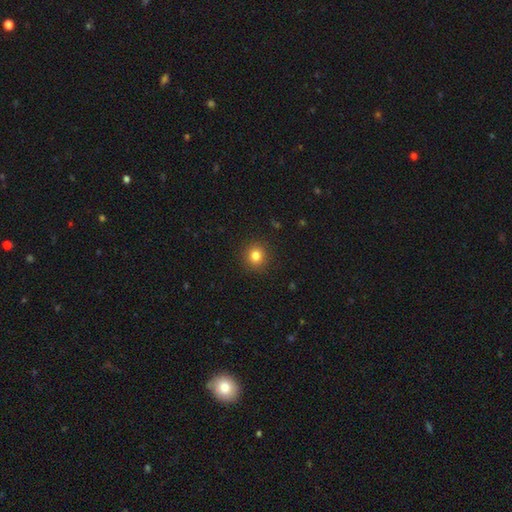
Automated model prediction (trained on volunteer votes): Smooth or featured: smooth — 82% (star or artifact — 12%)
How rounded: round — 89% (in between — 10%)
Merging: none — 91% (minor disturbance — 6%)